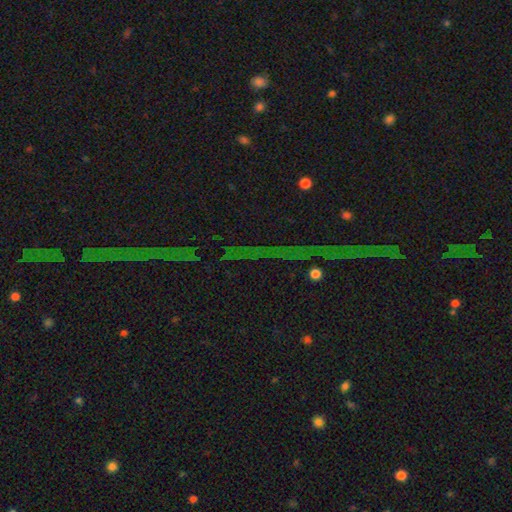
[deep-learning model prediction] Smooth or featured?
  - star or artifact: 77% *
  - featured or disk: 13%
  - smooth: 9%